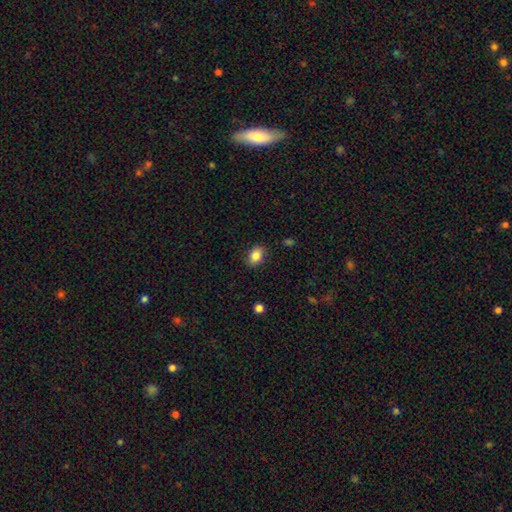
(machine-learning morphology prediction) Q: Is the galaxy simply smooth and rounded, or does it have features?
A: smooth — 85%.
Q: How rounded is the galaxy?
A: in between — 74%.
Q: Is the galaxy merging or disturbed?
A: none — 86%.